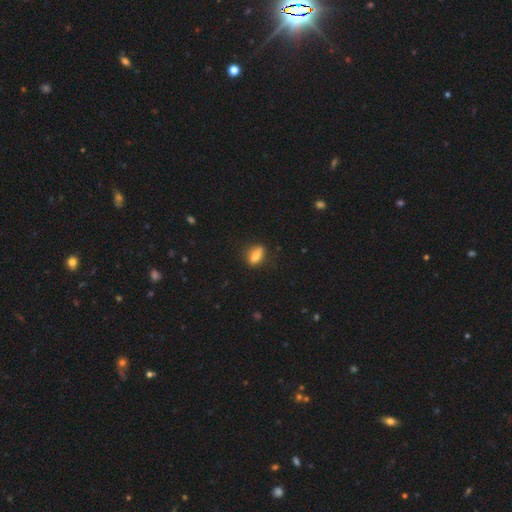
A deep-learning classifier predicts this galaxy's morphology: Smooth or featured? smooth (75%)
How rounded? in between (69%)
Merging? none (77%)